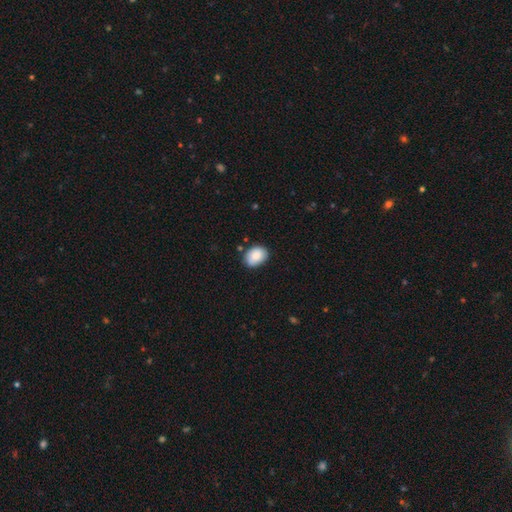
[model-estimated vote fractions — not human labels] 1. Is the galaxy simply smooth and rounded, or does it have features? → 87% smooth, 7% star or artifact, 6% featured or disk.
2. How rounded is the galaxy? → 72% in between, 28% round, 1% cigar-shaped.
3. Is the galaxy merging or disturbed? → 77% none, 17% minor disturbance, 3% major disturbance, 3% merger.